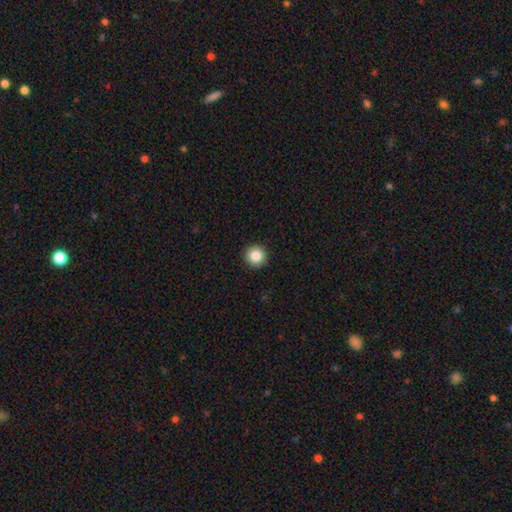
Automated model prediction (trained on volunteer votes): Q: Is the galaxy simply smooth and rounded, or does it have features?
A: smooth — 85%.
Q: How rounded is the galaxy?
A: round — 96%.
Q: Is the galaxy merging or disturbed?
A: none — 93%.